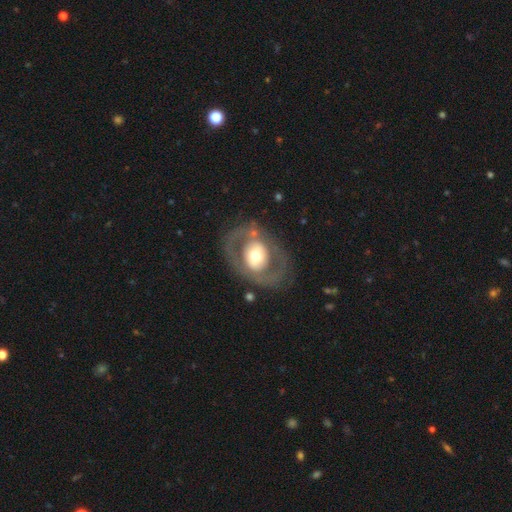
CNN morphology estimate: Overall: featured or disk (59%; smooth 35%). Edge-on disk: no (94%). Bar: no (67%). Spiral arms: no (76%). Bulge size: moderate (57%; large 30%). Merging: none (73%).